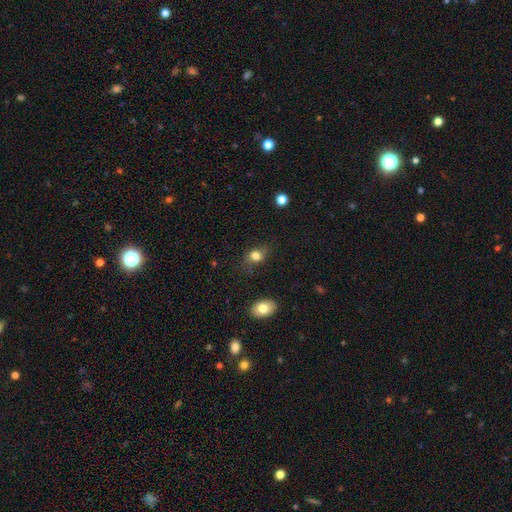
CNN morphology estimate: smooth 78%, featured or disk 11%, star or artifact 11%. Down the decision tree: how rounded — in between (61%); merging — none (69%).